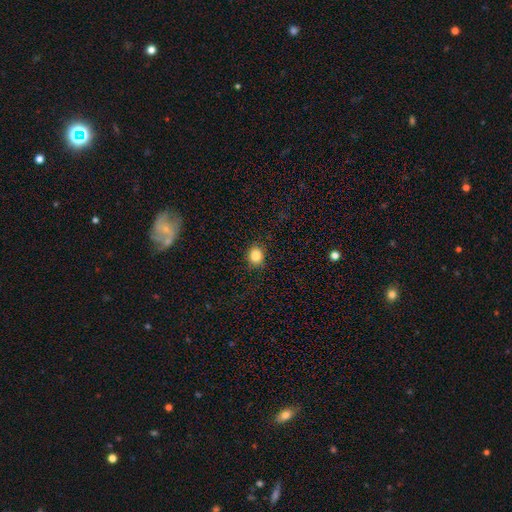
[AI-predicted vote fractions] The model was most divided on "how rounded": round: 74%, in between: 25%, cigar-shaped: 1%. More confident: merging — none (89%); smooth or featured — smooth (84%).